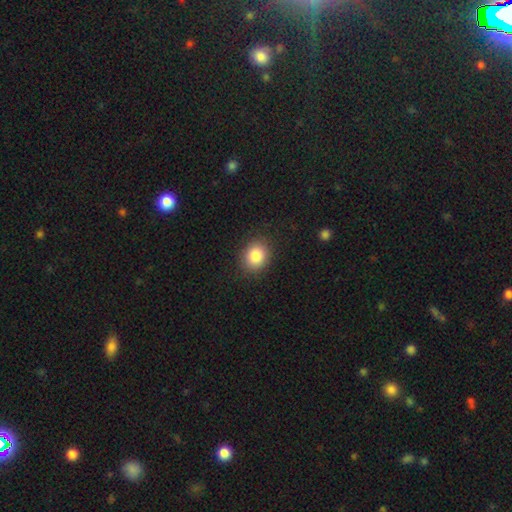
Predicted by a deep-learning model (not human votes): Morphology: type=smooth (85%); roundness=round (63%); merging=none (88%).